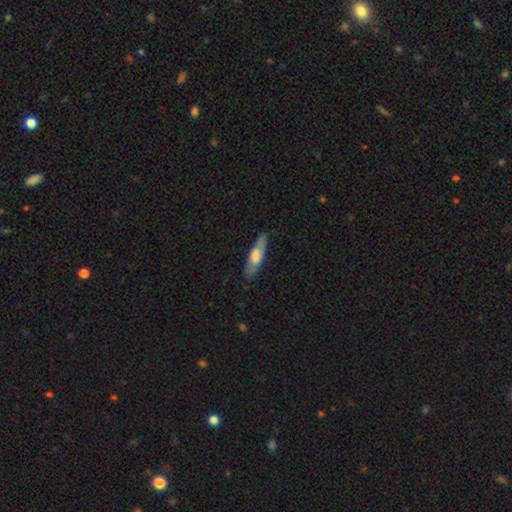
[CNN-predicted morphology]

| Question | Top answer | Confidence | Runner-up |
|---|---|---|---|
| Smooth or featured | smooth | 58% | featured or disk (37%) |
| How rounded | cigar-shaped | 64% | in between (34%) |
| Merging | none | 79% | minor disturbance (16%) |